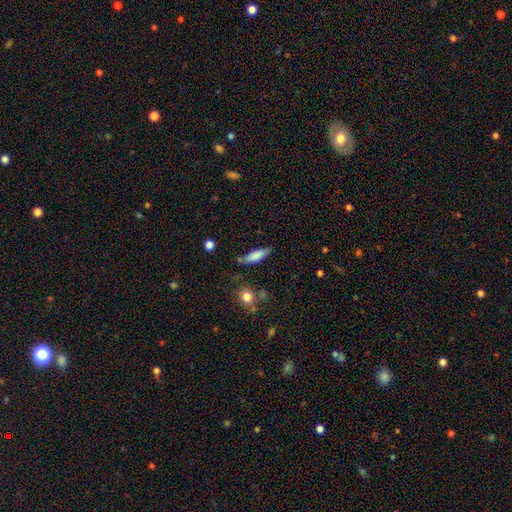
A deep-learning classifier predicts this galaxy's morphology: A smooth galaxy with no disk features (76%) that is cigar-shaped (52%). Merging: none (65%).